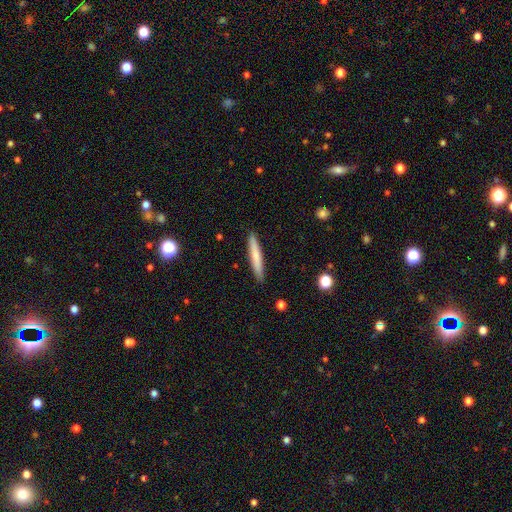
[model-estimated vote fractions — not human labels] Morphology: type=smooth (73%); roundness=cigar-shaped (95%); merging=none (91%).